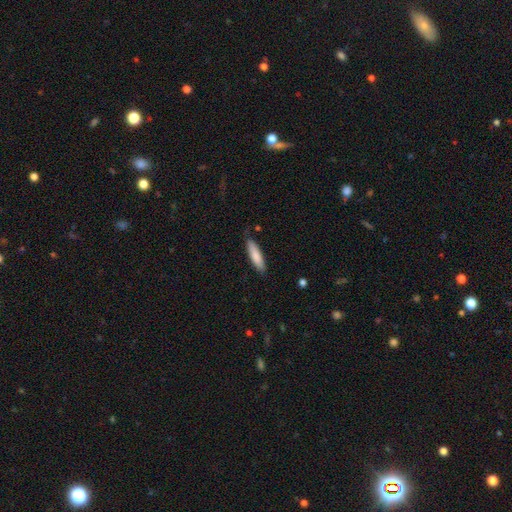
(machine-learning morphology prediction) The model was most divided on "how rounded": cigar-shaped: 72%, in between: 27%, round: 1%. More confident: smooth or featured — smooth (83%); merging — none (81%).